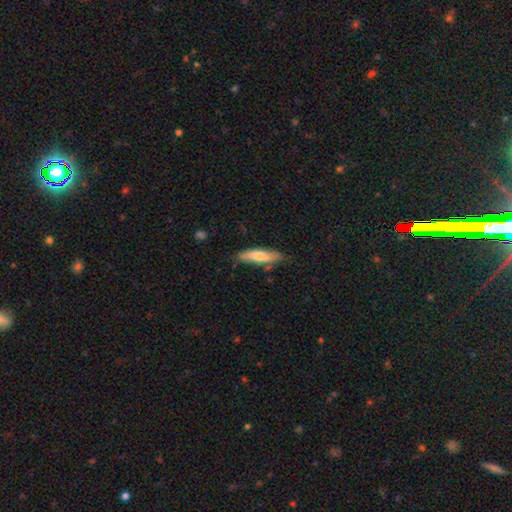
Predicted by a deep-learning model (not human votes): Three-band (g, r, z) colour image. It shows a smooth galaxy with no disk features (64%) that is cigar-shaped (78%). Merging: none (79%).